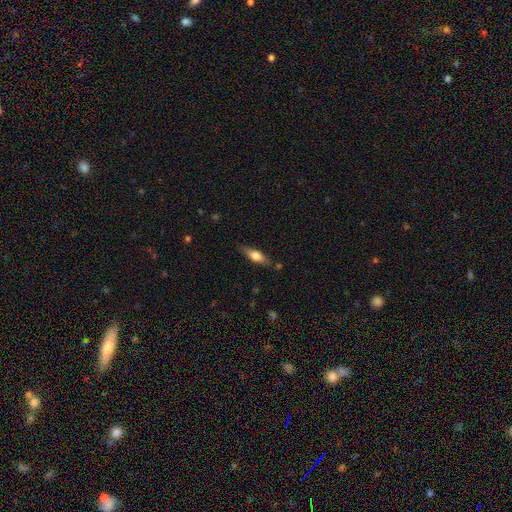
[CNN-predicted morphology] Overall: smooth (58%; featured or disk 35%). How rounded: in between (49%; cigar-shaped 48%). Merging: none (79%).